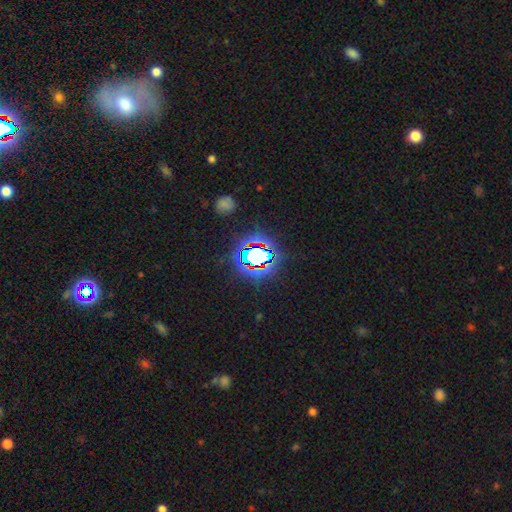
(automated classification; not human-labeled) A star or artifact, not a galaxy (72%).